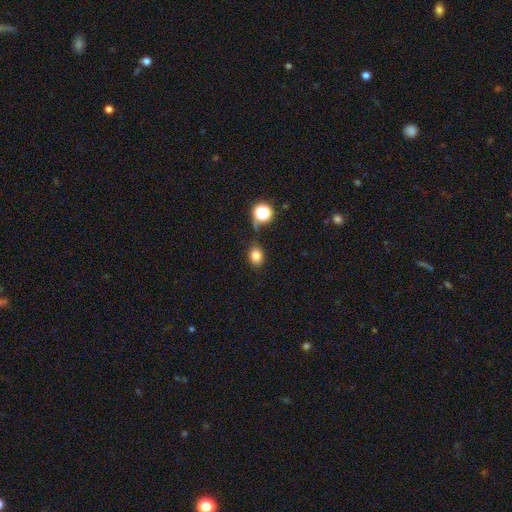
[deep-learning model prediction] smooth-or-featured: smooth: 80% | star or artifact: 14% | featured or disk: 7%
  how-rounded: in between: 58% | round: 41% | cigar-shaped: 1%
  merging: none: 75% | minor disturbance: 15% | merger: 5% | major disturbance: 5%